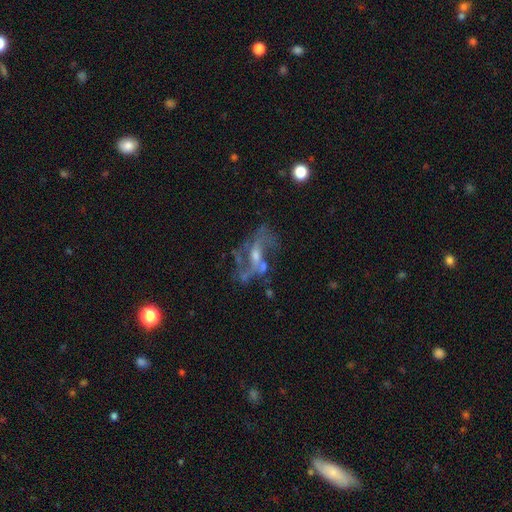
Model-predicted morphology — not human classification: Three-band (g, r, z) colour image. It shows a featured or disk galaxy (66%) with no bar (46%), spiral arms (69%) and a small central bulge (51%). Merging: none (54%).